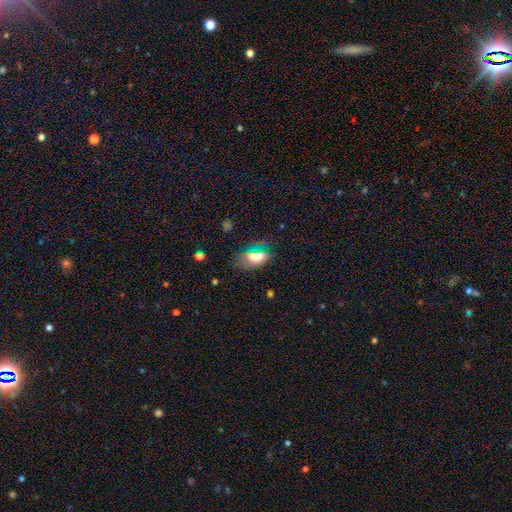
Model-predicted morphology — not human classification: Q: Smooth or featured?
A: smooth (70%); runner-up: star or artifact (15%)
Q: How rounded?
A: in between (85%); runner-up: round (11%)
Q: Merging?
A: none (69%); runner-up: minor disturbance (21%)